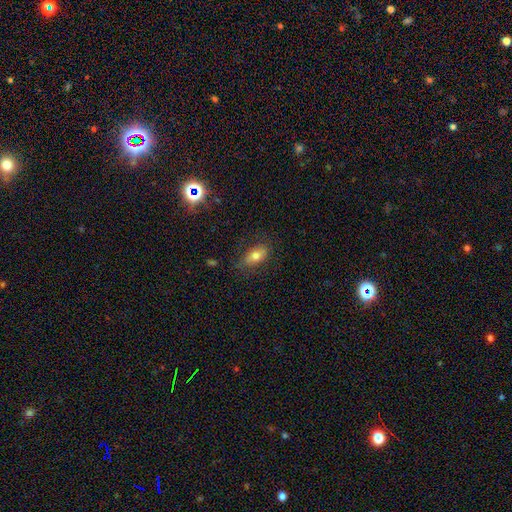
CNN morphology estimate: This is likely a smooth galaxy (74%). How rounded: clearly in between (87%). Merging: likely none (78%).